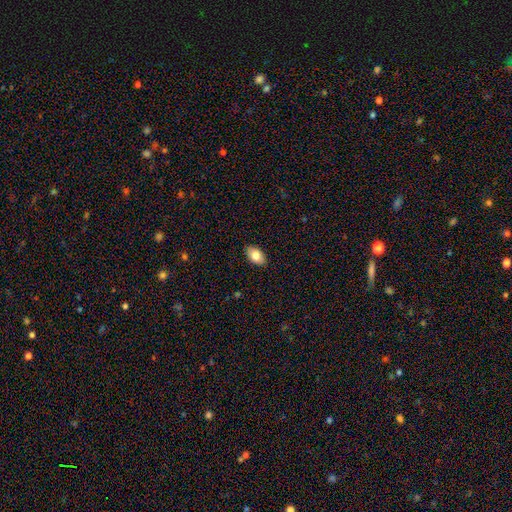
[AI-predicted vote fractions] This is clearly a smooth galaxy (81%). How rounded: clearly in between (93%). Merging: clearly none (89%).